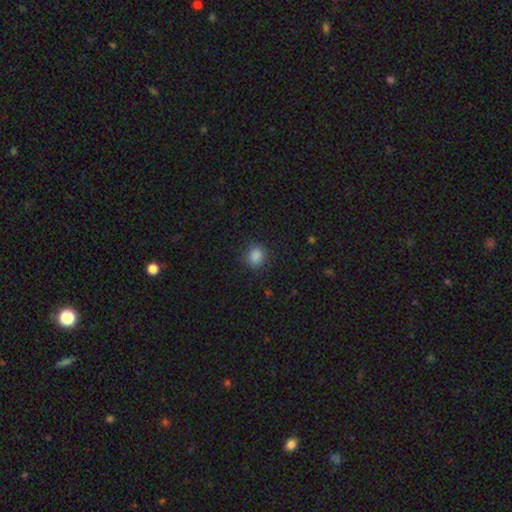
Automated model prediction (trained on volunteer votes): A smooth galaxy with no disk features (86%) that is round (54%).

Vote fractions:
- Smooth or featured? smooth: 86% / star or artifact: 11% / featured or disk: 3%
- How rounded? round: 54% / in between: 45% / cigar-shaped: 1%
- Merging? none: 86% / minor disturbance: 10% / major disturbance: 3% / merger: 1%